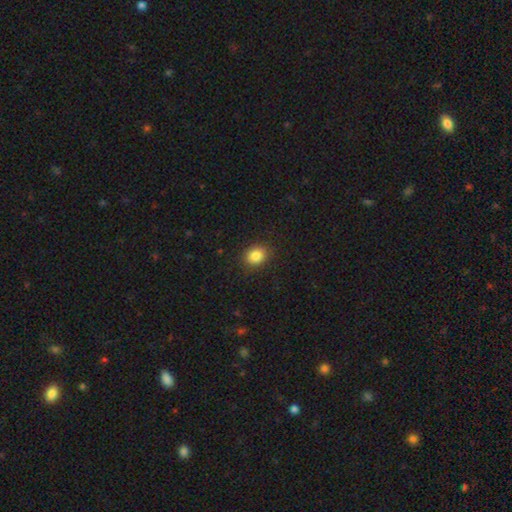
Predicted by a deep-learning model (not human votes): smooth_or_featured: smooth (p=0.86) [alt: star or artifact p=0.10]
how_rounded: round (p=0.53) [alt: in between p=0.46]
merging: none (p=0.88) [alt: minor disturbance p=0.08]